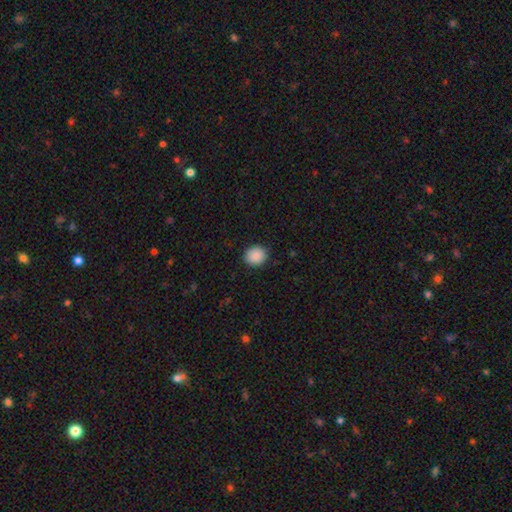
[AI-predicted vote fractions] Overall: smooth (89%). How rounded: round (76%). Merging: none (90%).